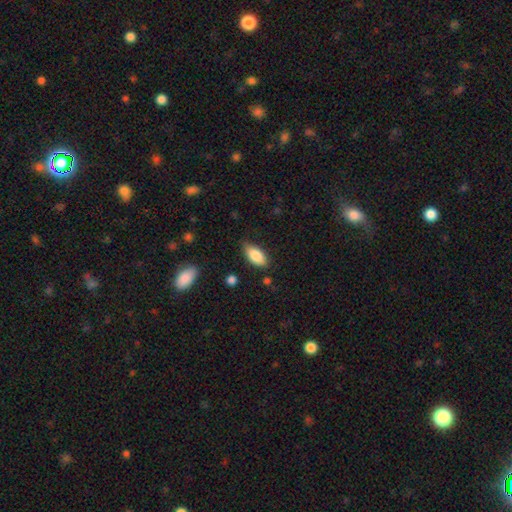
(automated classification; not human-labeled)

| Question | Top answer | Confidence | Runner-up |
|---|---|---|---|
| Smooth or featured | smooth | 85% | featured or disk (8%) |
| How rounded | in between | 90% | cigar-shaped (7%) |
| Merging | none | 76% | minor disturbance (19%) |